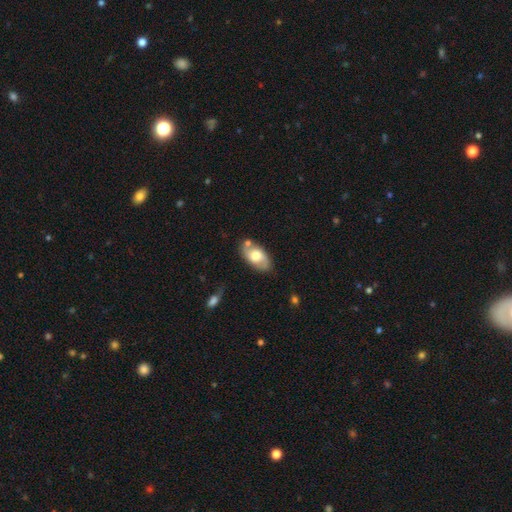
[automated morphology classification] smooth_or_featured: smooth (p=0.52) [alt: featured or disk p=0.42]
how_rounded: in between (p=0.92) [alt: round p=0.05]
merging: none (p=0.69) [alt: minor disturbance p=0.18]